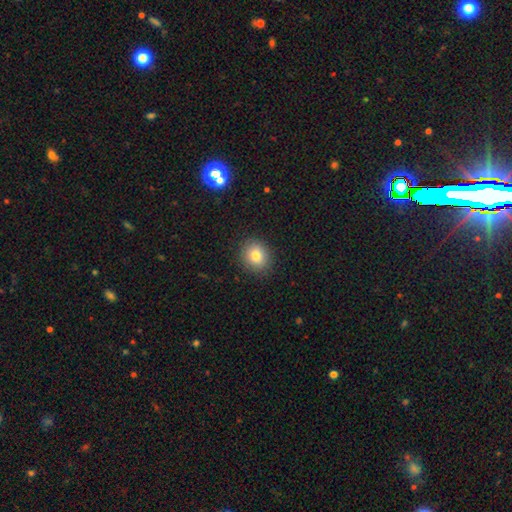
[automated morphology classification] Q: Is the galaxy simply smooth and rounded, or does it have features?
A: smooth — 81%.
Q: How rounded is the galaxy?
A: round — 71%.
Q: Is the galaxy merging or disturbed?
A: none — 89%.